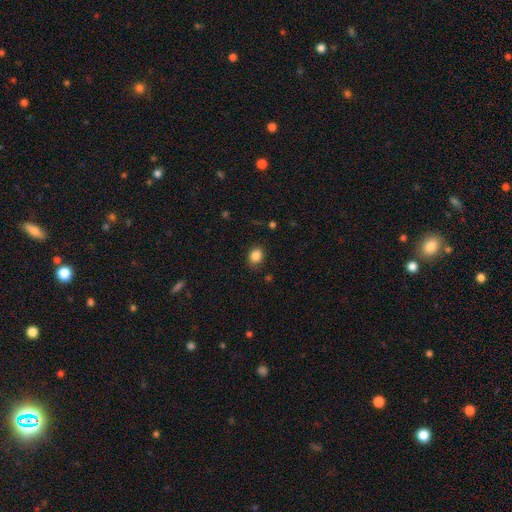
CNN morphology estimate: Q: Smooth or featured?
A: smooth (86%); runner-up: star or artifact (10%)
Q: How rounded?
A: round (56%); runner-up: in between (43%)
Q: Merging?
A: none (83%); runner-up: minor disturbance (13%)